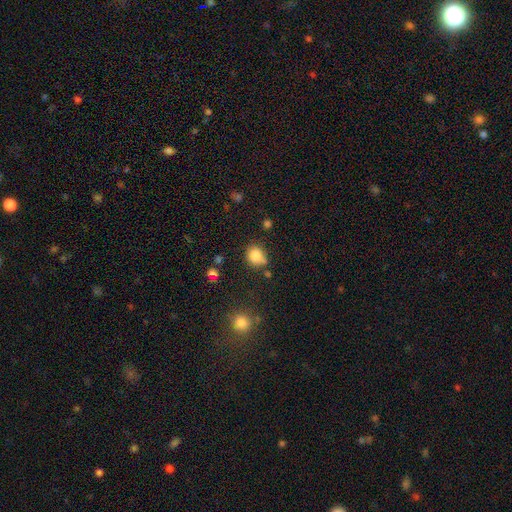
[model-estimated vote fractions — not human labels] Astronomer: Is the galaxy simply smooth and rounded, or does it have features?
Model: smooth — 83%.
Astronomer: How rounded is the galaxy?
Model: round — 71%.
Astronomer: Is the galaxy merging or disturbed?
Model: none — 63%.